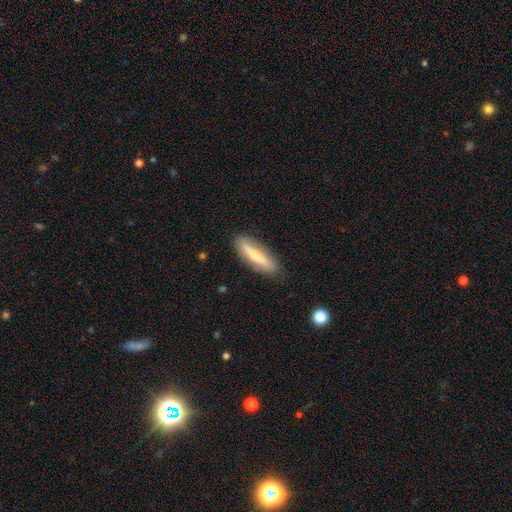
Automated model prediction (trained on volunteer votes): smooth-or-featured: smooth: 49% | featured or disk: 45% | star or artifact: 6%
  merging: none: 84% | minor disturbance: 12% | major disturbance: 3% | merger: 1%